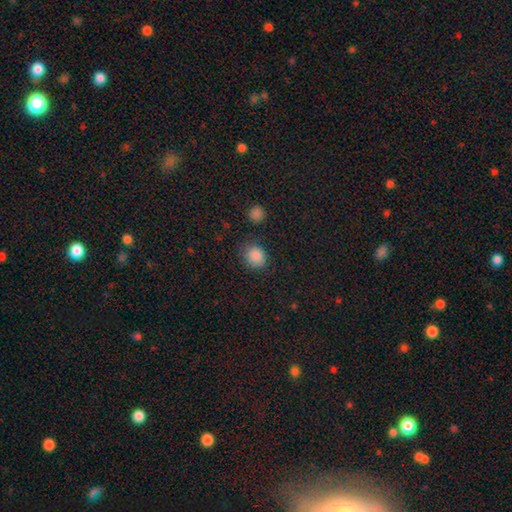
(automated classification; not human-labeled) Smooth or featured? smooth (85%)
How rounded? round (71%)
Merging? none (76%)